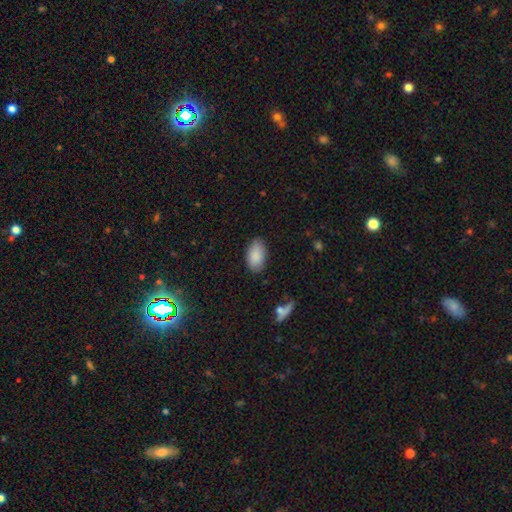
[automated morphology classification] Smooth or featured? Predicted: smooth (p=0.88). How rounded? Predicted: in between (p=0.94). Merging? Predicted: none (p=0.83).